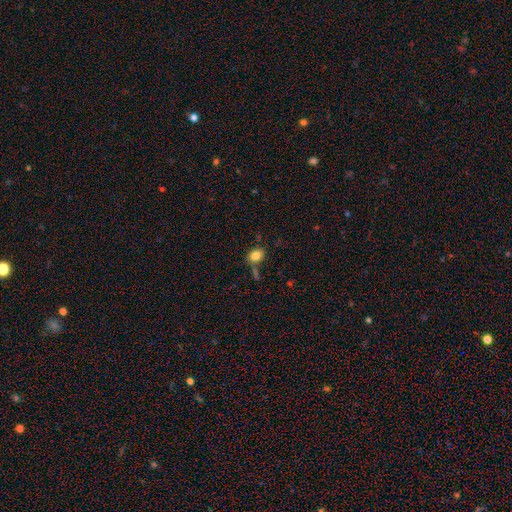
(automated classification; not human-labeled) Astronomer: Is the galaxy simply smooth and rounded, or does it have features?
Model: smooth — 82%.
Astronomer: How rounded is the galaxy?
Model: in between — 61% (runner-up: round, 38%).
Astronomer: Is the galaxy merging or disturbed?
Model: none — 66%.